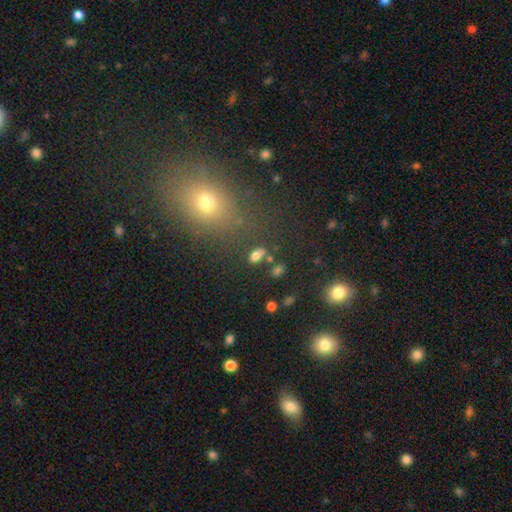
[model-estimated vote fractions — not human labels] This appears to be a smooth galaxy with no disk features (75%) that is in between round and cigar-shaped (86%). Merging: none (70%).